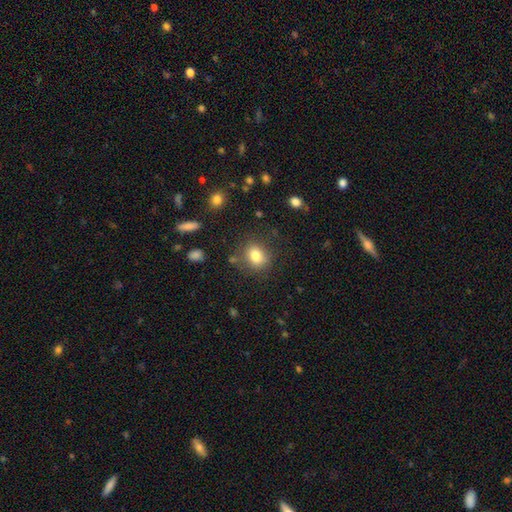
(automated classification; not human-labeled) smooth-or-featured: smooth: 81% | star or artifact: 11% | featured or disk: 8%
  how-rounded: round: 59% | in between: 40% | cigar-shaped: 1%
  merging: none: 78% | minor disturbance: 14% | major disturbance: 5% | merger: 4%